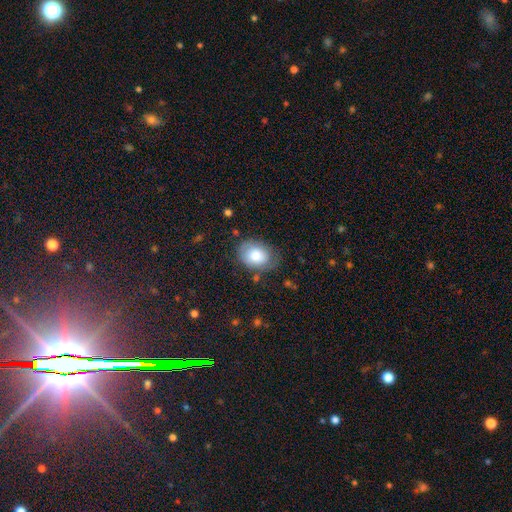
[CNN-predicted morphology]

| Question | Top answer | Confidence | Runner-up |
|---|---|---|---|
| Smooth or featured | smooth | 73% | featured or disk (20%) |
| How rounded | in between | 68% | round (31%) |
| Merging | none | 66% | minor disturbance (23%) |